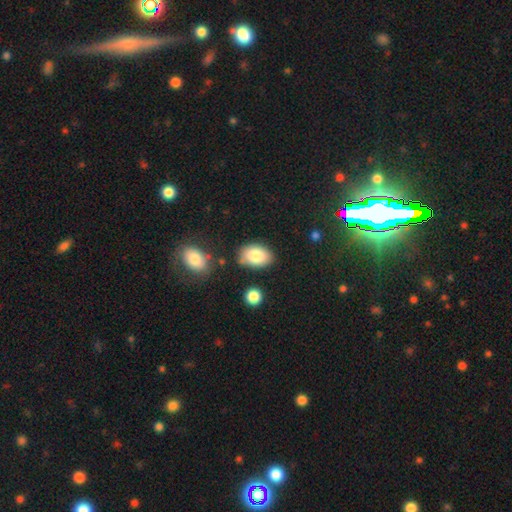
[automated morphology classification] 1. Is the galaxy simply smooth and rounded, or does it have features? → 83% smooth, 9% featured or disk, 7% star or artifact.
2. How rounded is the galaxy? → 85% in between, 13% round, 1% cigar-shaped.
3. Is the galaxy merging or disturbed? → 76% none, 15% minor disturbance, 6% merger, 4% major disturbance.